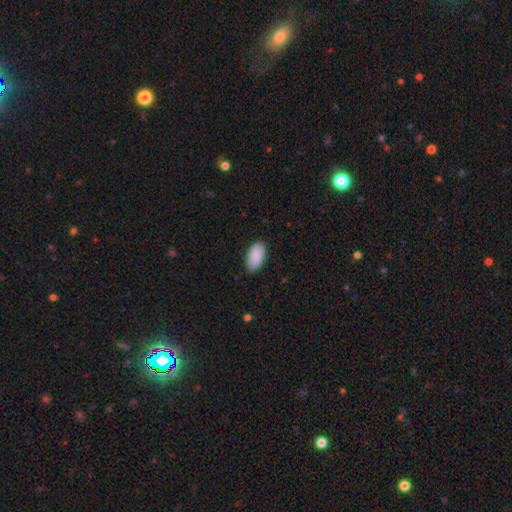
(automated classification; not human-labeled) Morphology: type=smooth (90%); roundness=in between (95%); merging=none (83%).